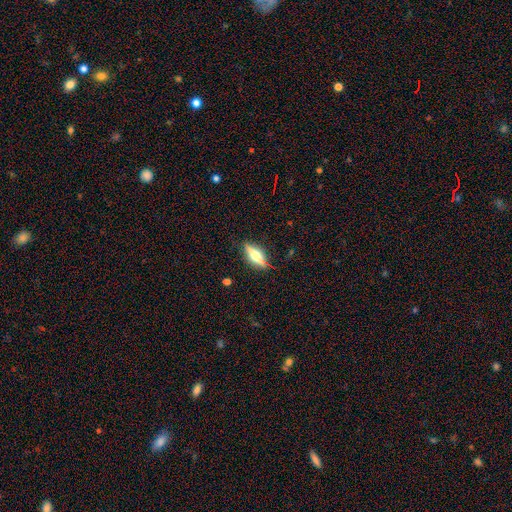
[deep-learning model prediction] A featured or disk galaxy (56%) viewed edge-on (92%) with a rounded central bulge (92%).

Vote fractions:
- Smooth or featured? featured or disk: 56% / smooth: 37% / star or artifact: 7%
- Edge-on disk? yes: 92% / no: 8%
- Edge-on bulge? rounded: 92% / boxy: 5% / none: 3%
- Merging? none: 85% / minor disturbance: 11% / major disturbance: 3% / merger: 1%